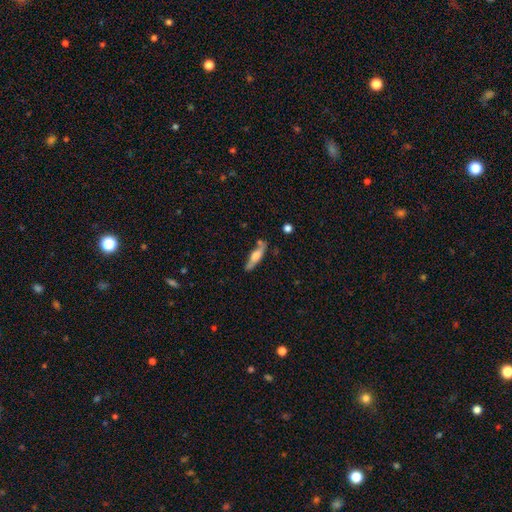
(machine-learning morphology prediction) This is possibly a smooth galaxy (50%). How rounded: likely cigar-shaped (73%). Merging: likely none (74%).